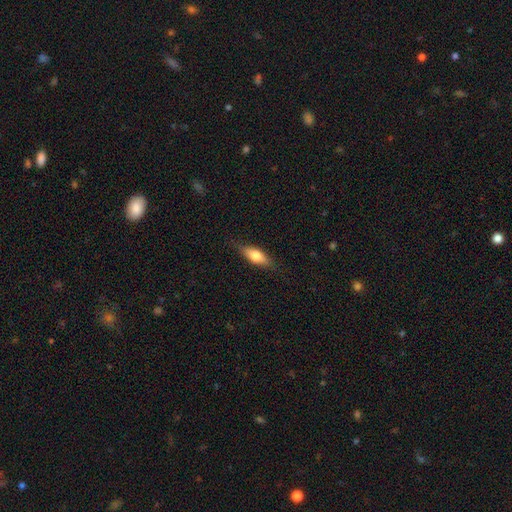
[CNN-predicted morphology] smooth-or-featured: smooth: 64% | featured or disk: 30% | star or artifact: 6%
  how-rounded: in between: 62% | cigar-shaped: 34% | round: 4%
  merging: none: 82% | minor disturbance: 14% | major disturbance: 3% | merger: 1%